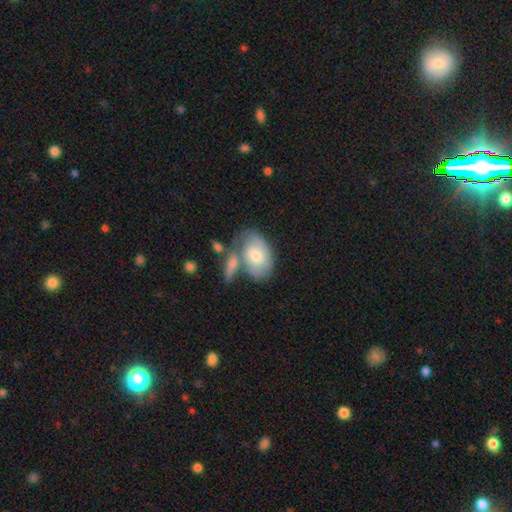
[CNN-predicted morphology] Smooth or featured?
  - smooth: 51% *
  - featured or disk: 43%
  - star or artifact: 6%
How rounded?
  - in between: 85% *
  - round: 13%
  - cigar-shaped: 2%
Merging?
  - none: 38% *
  - merger: 34%
  - minor disturbance: 18%
  - major disturbance: 9%